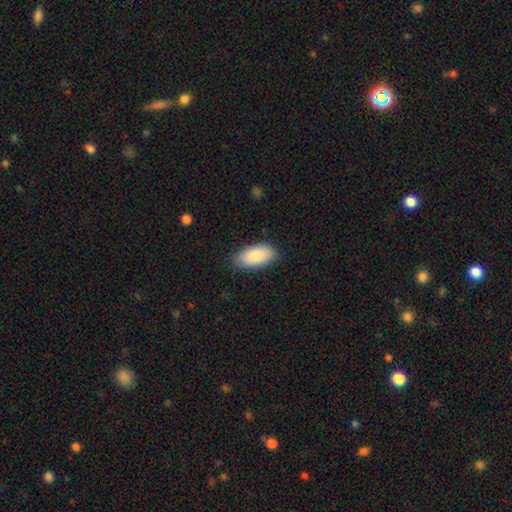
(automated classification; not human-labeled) smooth 87%, featured or disk 7%, star or artifact 6%. Down the decision tree: how rounded — in between (93%); merging — none (85%).